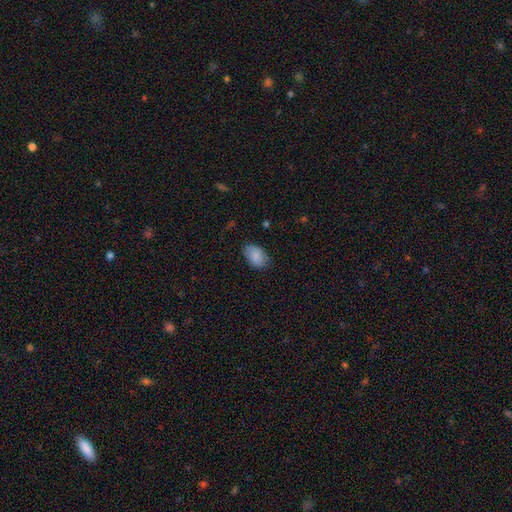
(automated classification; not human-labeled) Overall: smooth (87%). How rounded: in between (91%). Merging: none (74%).